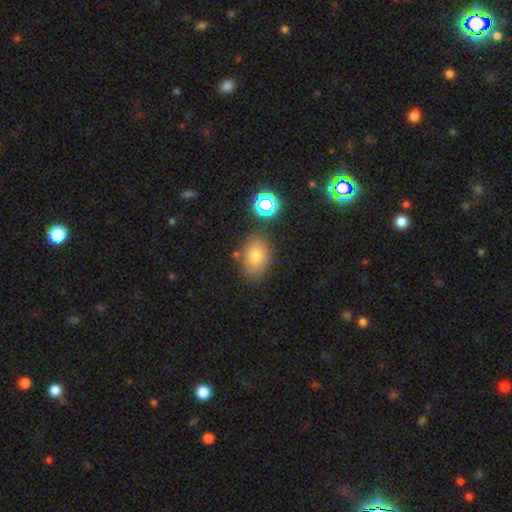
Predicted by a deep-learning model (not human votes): Morphology: type=smooth (74%); roundness=in between (77%); merging=none (76%).